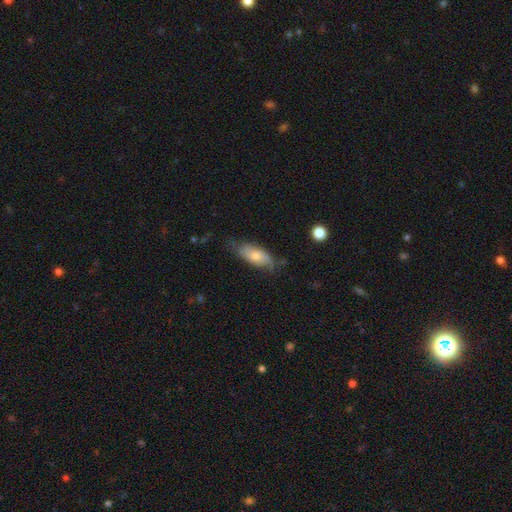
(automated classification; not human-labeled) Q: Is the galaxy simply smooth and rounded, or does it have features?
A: smooth — 54%.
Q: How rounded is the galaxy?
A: in between — 78%.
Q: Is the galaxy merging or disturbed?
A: none — 57%.